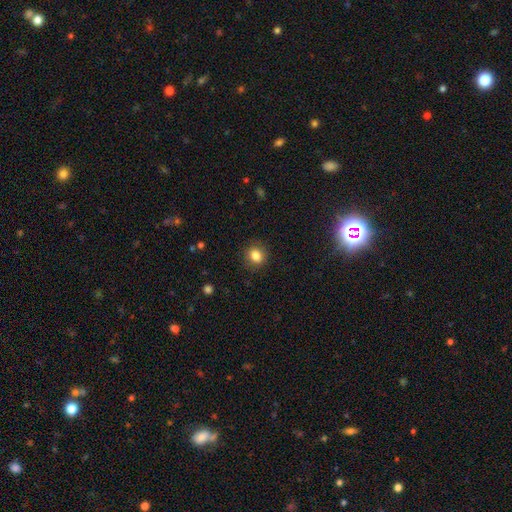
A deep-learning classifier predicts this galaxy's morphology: Overall: smooth (84%). How rounded: round (71%). Merging: none (87%).